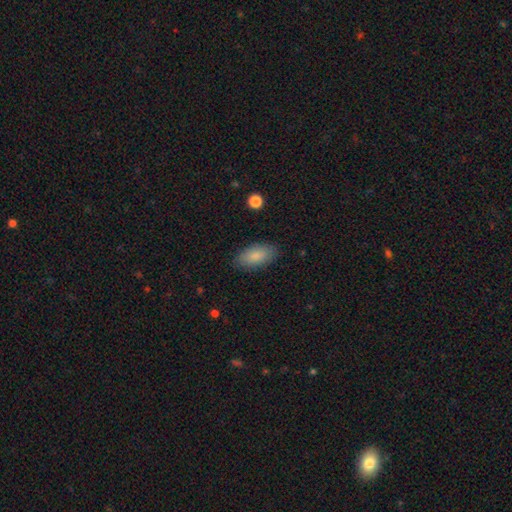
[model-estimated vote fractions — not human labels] smooth-or-featured: smooth: 86% | featured or disk: 8% | star or artifact: 6%
  how-rounded: in between: 90% | cigar-shaped: 7% | round: 2%
  merging: none: 86% | minor disturbance: 10% | major disturbance: 3% | merger: 1%